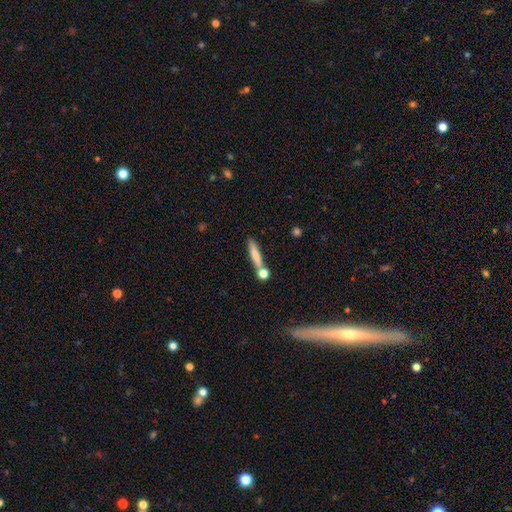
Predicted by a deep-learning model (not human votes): Q: Smooth or featured?
A: smooth (71%); runner-up: featured or disk (22%)
Q: How rounded?
A: cigar-shaped (86%); runner-up: in between (11%)
Q: Merging?
A: none (64%); runner-up: merger (19%)